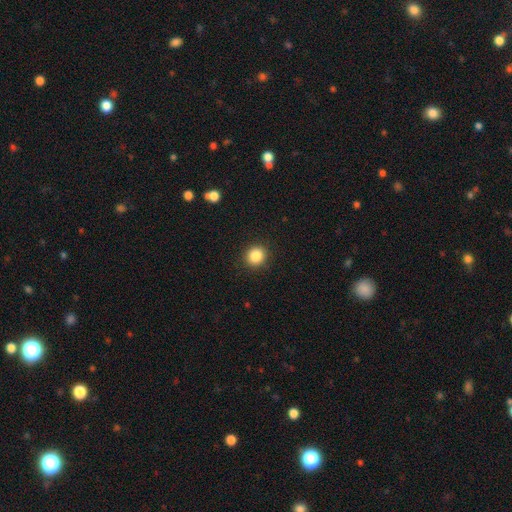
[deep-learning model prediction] A smooth galaxy with no disk features (86%) that is round (88%).

Vote fractions:
- Smooth or featured? smooth: 86% / star or artifact: 10% / featured or disk: 4%
- How rounded? round: 88% / in between: 11% / cigar-shaped: 1%
- Merging? none: 91% / minor disturbance: 6% / major disturbance: 2% / merger: 1%